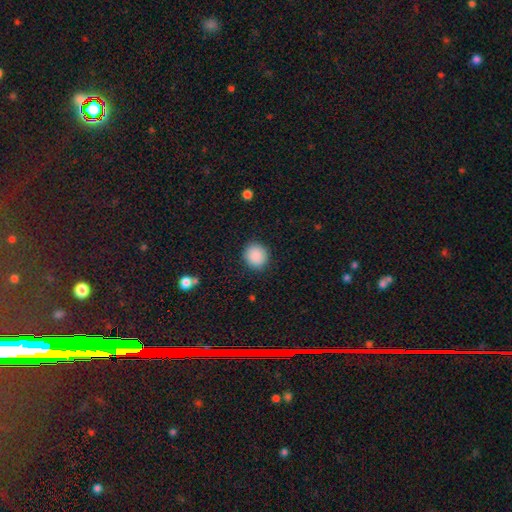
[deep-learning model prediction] Smooth or featured: smooth — 89% (star or artifact — 8%)
How rounded: round — 86% (in between — 13%)
Merging: none — 90% (minor disturbance — 7%)